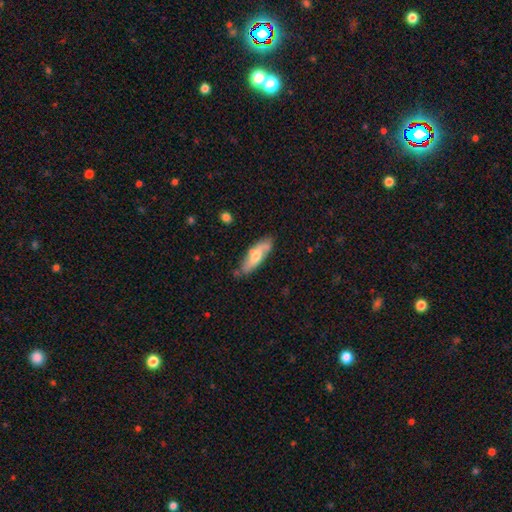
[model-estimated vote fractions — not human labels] smooth_or_featured: smooth (p=0.55) [alt: featured or disk p=0.39]
how_rounded: in between (p=0.51) [alt: cigar-shaped p=0.47]
merging: none (p=0.66) [alt: minor disturbance p=0.24]